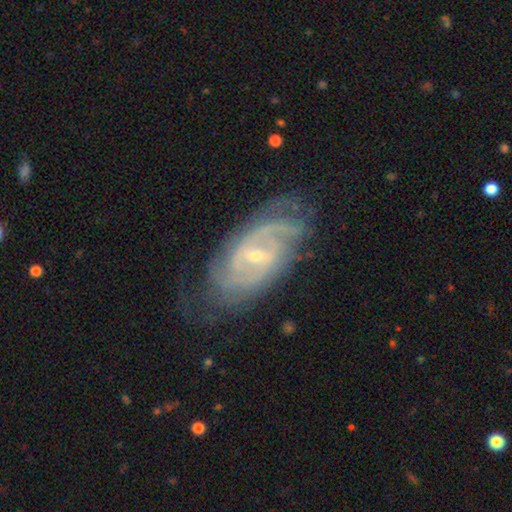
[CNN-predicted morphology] Overall: featured or disk (87%). Edge-on disk: no (95%). Bar: weak (53%; no 25%). Spiral arms: yes (96%). Spiral arm count: 2 (41%; can't tell 27%). Spiral winding: tight (55%; medium 36%). Bulge size: small (71%). Merging: none (70%).